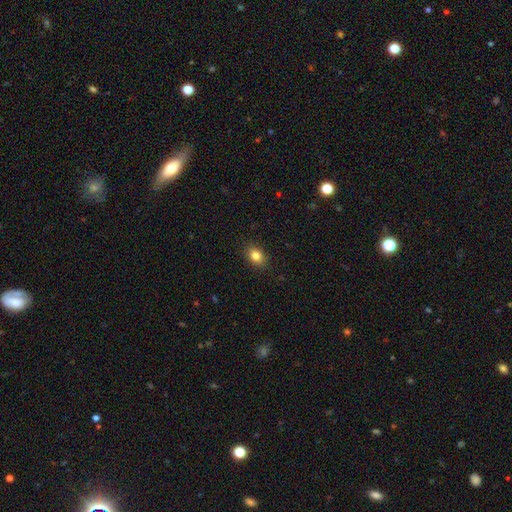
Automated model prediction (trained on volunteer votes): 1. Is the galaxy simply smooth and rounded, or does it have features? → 83% smooth, 10% star or artifact, 7% featured or disk.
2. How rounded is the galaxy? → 66% in between, 33% round, 1% cigar-shaped.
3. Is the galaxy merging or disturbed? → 88% none, 9% minor disturbance, 2% major disturbance, 1% merger.